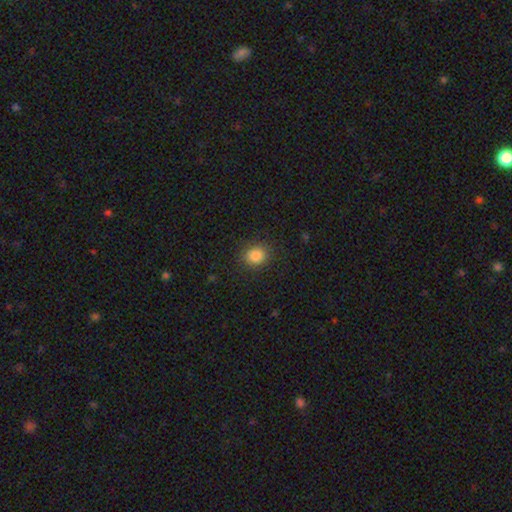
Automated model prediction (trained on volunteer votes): Smooth or featured? smooth (85%)
How rounded? round (67%)
Merging? none (86%)